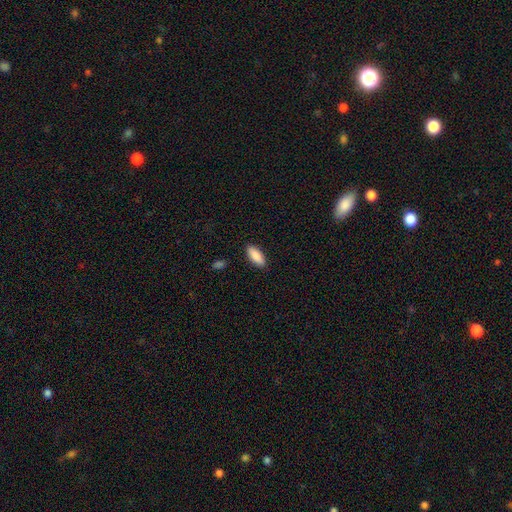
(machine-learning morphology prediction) Smooth or featured: smooth — 88% (featured or disk — 6%)
How rounded: in between — 77% (cigar-shaped — 21%)
Merging: none — 89% (minor disturbance — 8%)